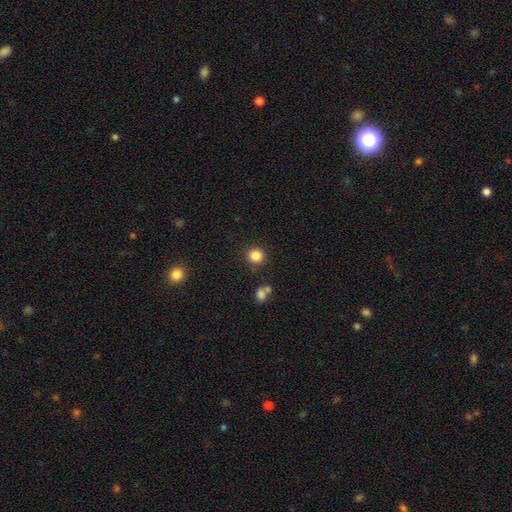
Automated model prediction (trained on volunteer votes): smooth 85%, star or artifact 11%, featured or disk 4%. Down the decision tree: how rounded — round (91%); merging — none (86%).